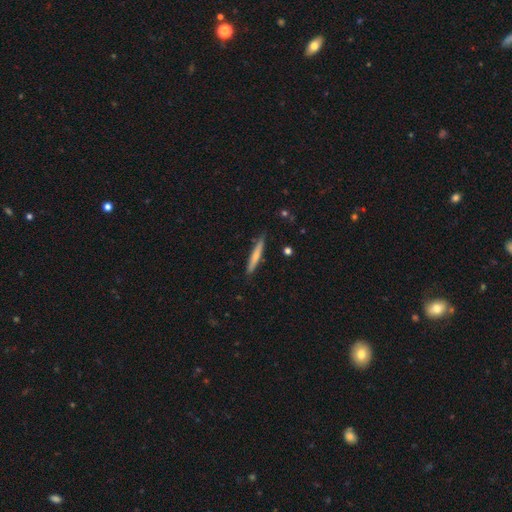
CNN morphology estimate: type=smooth (65%); roundness=cigar-shaped (94%); merging=none (86%).